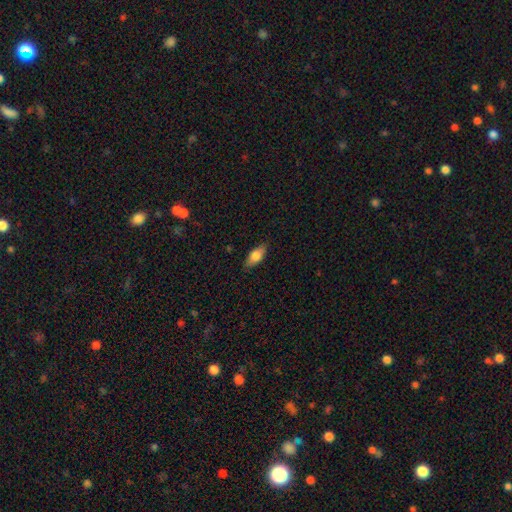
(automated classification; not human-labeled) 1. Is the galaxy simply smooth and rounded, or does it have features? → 74% smooth, 19% featured or disk, 7% star or artifact.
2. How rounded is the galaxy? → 79% in between, 18% cigar-shaped, 3% round.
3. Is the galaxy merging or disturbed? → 85% none, 12% minor disturbance, 2% major disturbance, 1% merger.